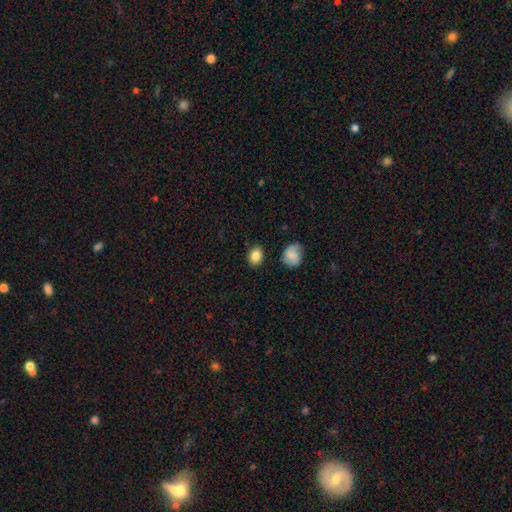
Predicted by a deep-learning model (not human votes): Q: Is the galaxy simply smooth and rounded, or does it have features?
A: smooth — 85%.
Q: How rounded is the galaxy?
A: in between — 51%.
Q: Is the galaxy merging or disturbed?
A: none — 85%.